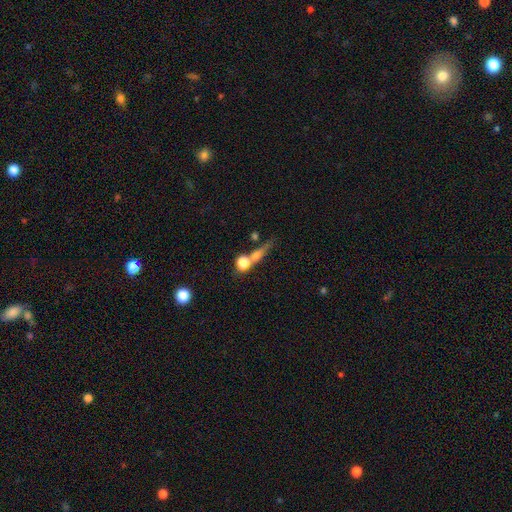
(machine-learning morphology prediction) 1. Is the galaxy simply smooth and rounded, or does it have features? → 59% smooth, 24% featured or disk, 16% star or artifact.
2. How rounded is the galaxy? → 43% round, 34% cigar-shaped, 23% in between.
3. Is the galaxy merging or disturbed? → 42% none, 34% merger, 12% minor disturbance, 12% major disturbance.